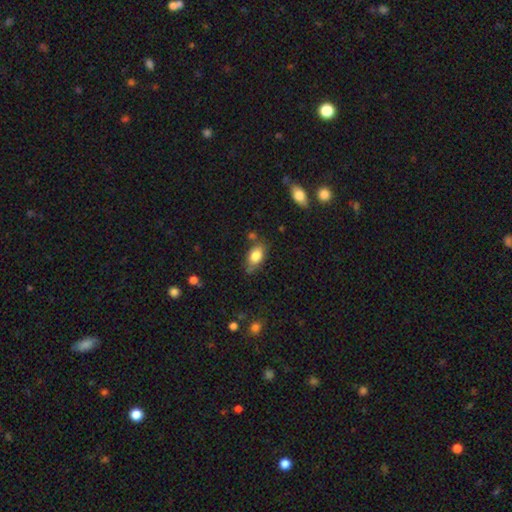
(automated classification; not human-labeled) A smooth galaxy with no disk features (81%) that is in between round and cigar-shaped (87%). Merging: none (67%).